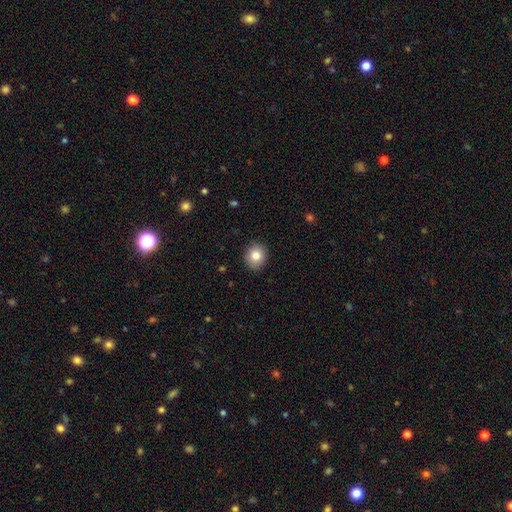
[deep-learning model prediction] This appears to be a smooth galaxy with no disk features (82%) that is round (75%). Merging: none (89%).